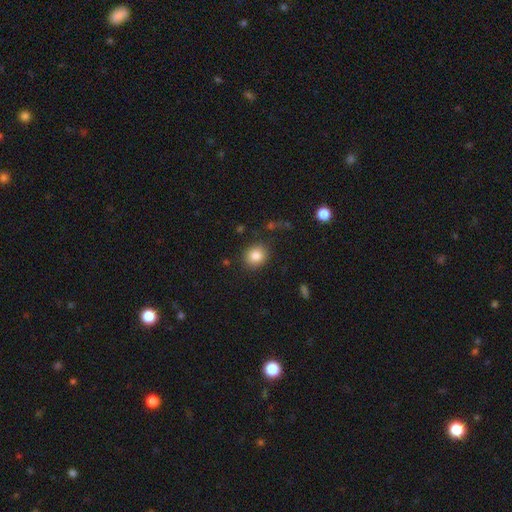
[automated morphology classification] Smooth or featured?
  - smooth: 84% *
  - star or artifact: 10%
  - featured or disk: 6%
How rounded?
  - round: 75% *
  - in between: 24%
  - cigar-shaped: 1%
Merging?
  - none: 86% *
  - minor disturbance: 9%
  - major disturbance: 3%
  - merger: 2%